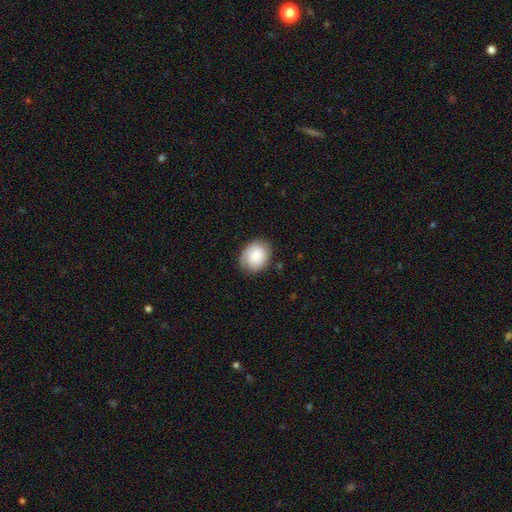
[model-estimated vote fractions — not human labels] Q: Smooth or featured?
A: smooth (75%); runner-up: featured or disk (18%)
Q: How rounded?
A: round (52%); runner-up: in between (48%)
Q: Merging?
A: none (74%); runner-up: minor disturbance (20%)